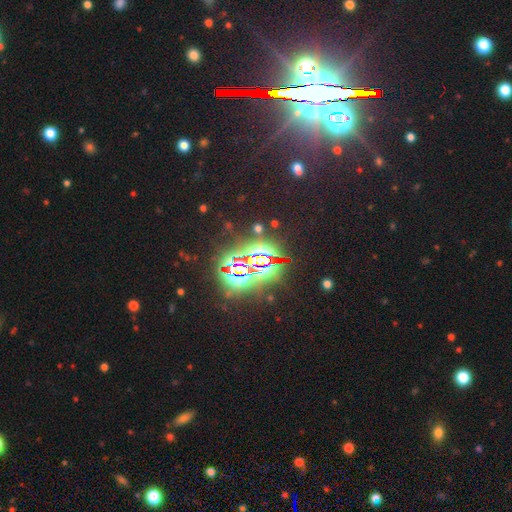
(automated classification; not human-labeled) This appears to be a star or artifact, not a galaxy (85%).